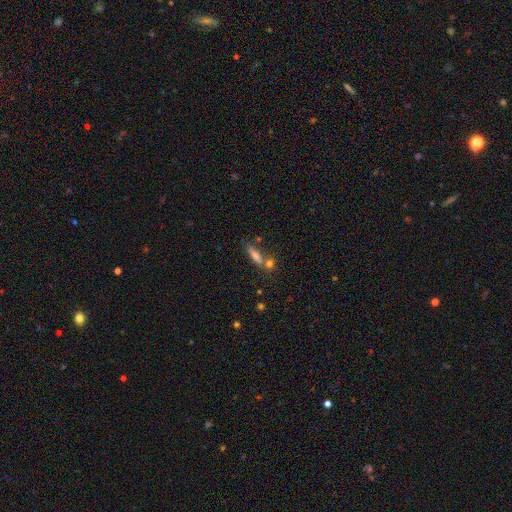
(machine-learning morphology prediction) Smooth or featured?
  - smooth: 57% *
  - featured or disk: 29%
  - star or artifact: 14%
How rounded?
  - cigar-shaped: 69% *
  - in between: 26%
  - round: 5%
Merging?
  - none: 58% *
  - merger: 25%
  - minor disturbance: 11%
  - major disturbance: 5%